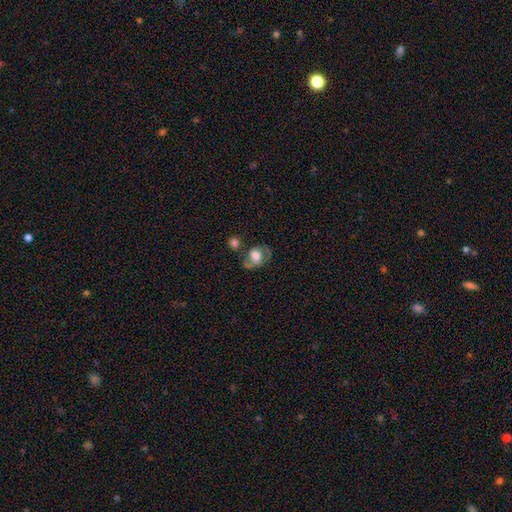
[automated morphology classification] This appears to be a smooth galaxy with no disk features (47%). Merging: none (49%).